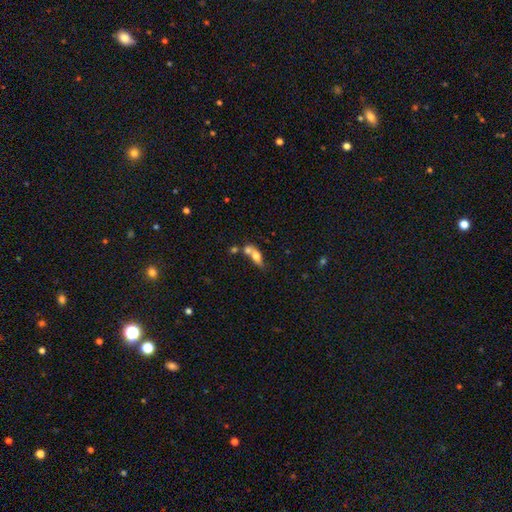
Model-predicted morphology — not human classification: Smooth or featured? Predicted: smooth (p=0.65). How rounded? Predicted: in between (p=0.70). Merging? Predicted: merger (p=0.56).